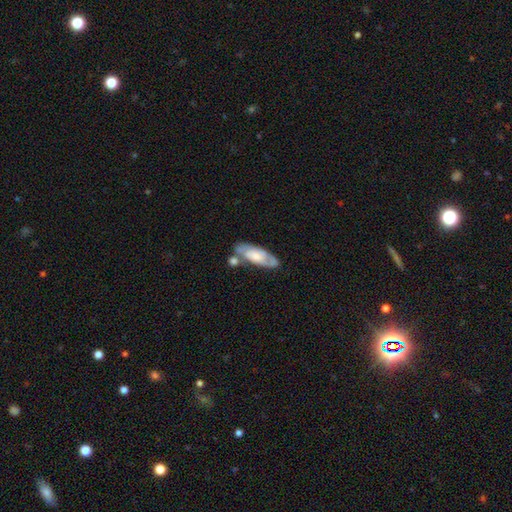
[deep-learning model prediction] This appears to be a featured or disk galaxy (51%). Merging: none (50%).